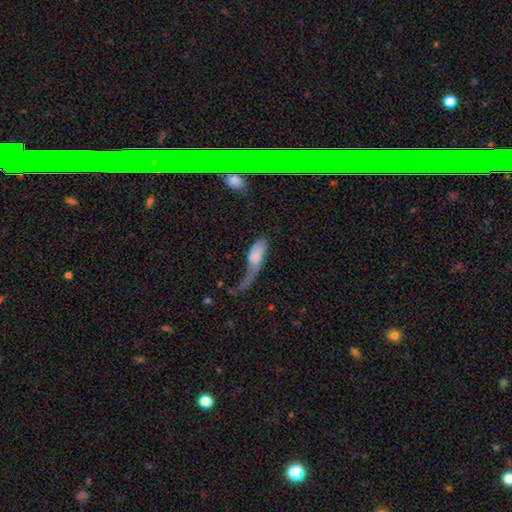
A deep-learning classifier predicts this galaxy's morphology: A smooth galaxy with no disk features (65%) that is in between round and cigar-shaped (80%). Merging: major disturbance (64%).